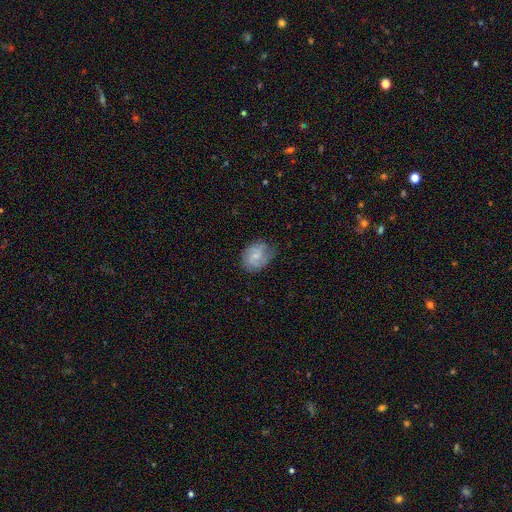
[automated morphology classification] smooth-or-featured: smooth: 46% (tied) | featured or disk: 46% (tied) | star or artifact: 7%
  merging: none: 65% | minor disturbance: 25% | major disturbance: 8% | merger: 1%